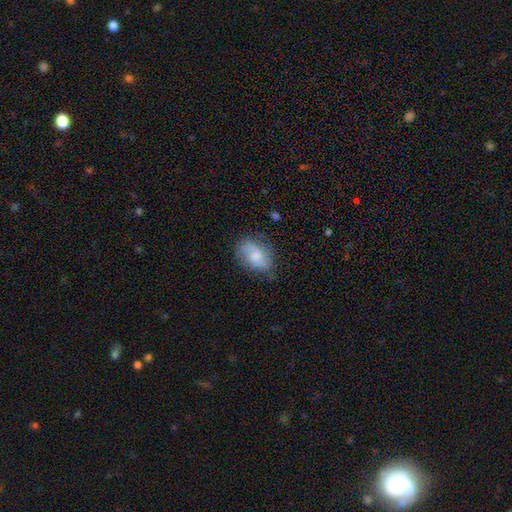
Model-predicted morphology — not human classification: Smooth or featured?
  - smooth: 60% *
  - featured or disk: 32%
  - star or artifact: 8%
How rounded?
  - in between: 82% *
  - round: 16%
  - cigar-shaped: 2%
Merging?
  - none: 64% *
  - minor disturbance: 25%
  - major disturbance: 9%
  - merger: 2%